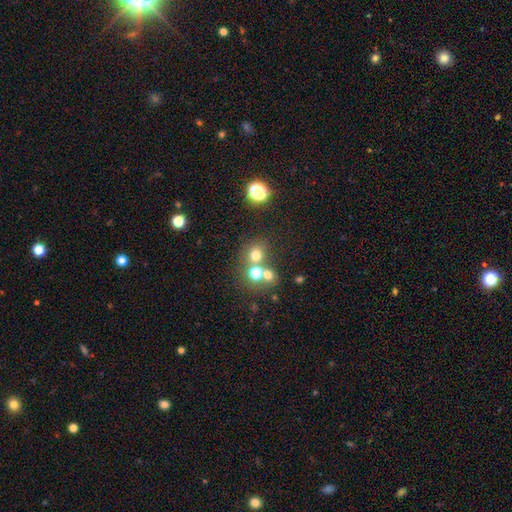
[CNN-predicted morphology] type=smooth (67%); roundness=round (80%); merging=none (55%).